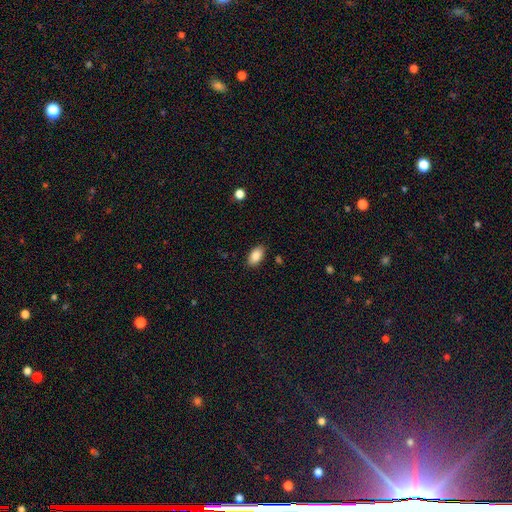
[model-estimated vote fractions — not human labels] Overall: smooth (87%). How rounded: in between (93%). Merging: none (87%).